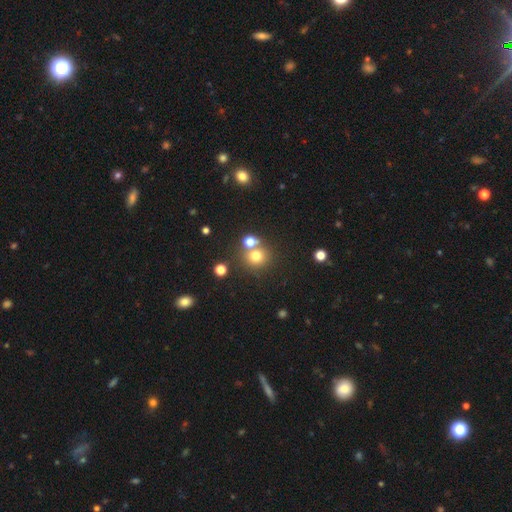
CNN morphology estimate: type=smooth (73%); roundness=round (90%); merging=none (66%).